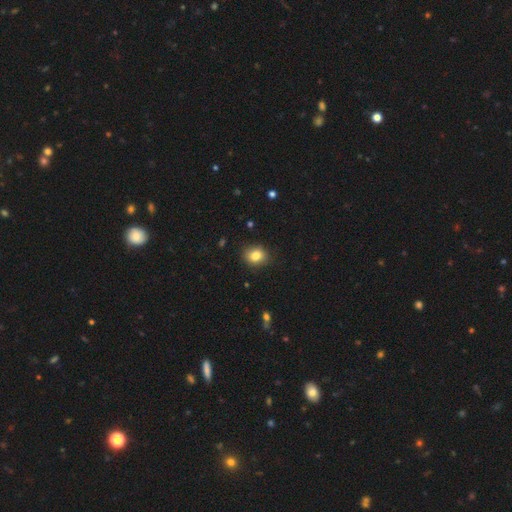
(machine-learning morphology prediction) The model was most divided on "how rounded": round: 60%, in between: 39%, cigar-shaped: 1%. More confident: merging — none (86%); smooth or featured — smooth (82%).